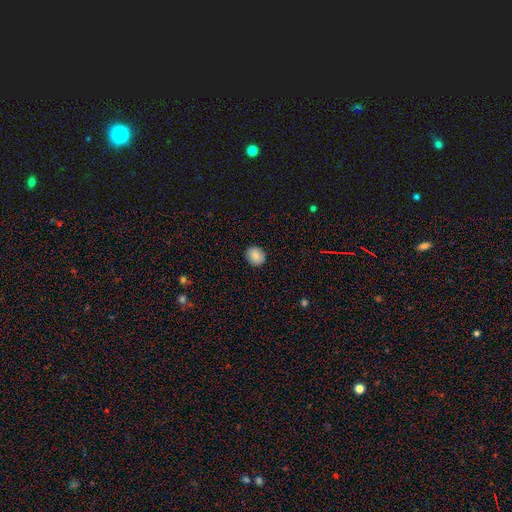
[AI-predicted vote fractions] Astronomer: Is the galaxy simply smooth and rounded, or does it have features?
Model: smooth — 84%.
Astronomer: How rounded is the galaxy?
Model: round — 80%.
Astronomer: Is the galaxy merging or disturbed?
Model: none — 90%.